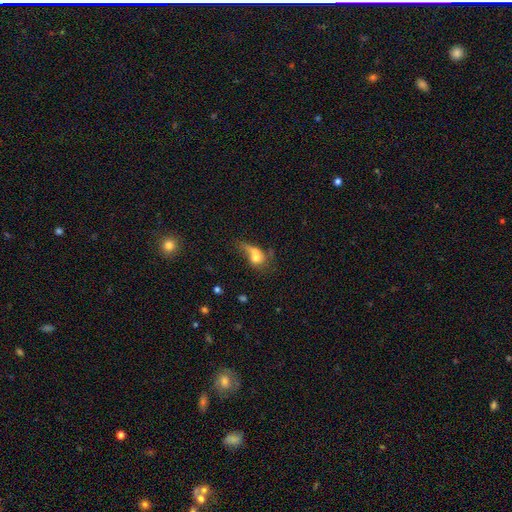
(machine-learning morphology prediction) Q: Smooth or featured?
A: smooth (62%); runner-up: featured or disk (26%)
Q: How rounded?
A: in between (51%); runner-up: round (43%)
Q: Merging?
A: merger (51%); runner-up: major disturbance (19%)